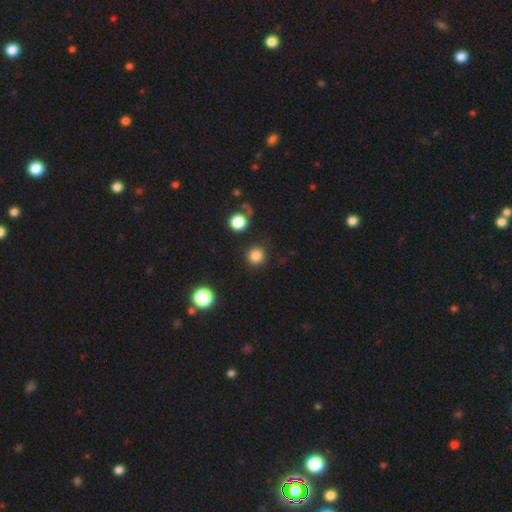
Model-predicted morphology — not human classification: This is clearly a smooth galaxy (84%). How rounded: clearly round (94%). Merging: clearly none (88%).